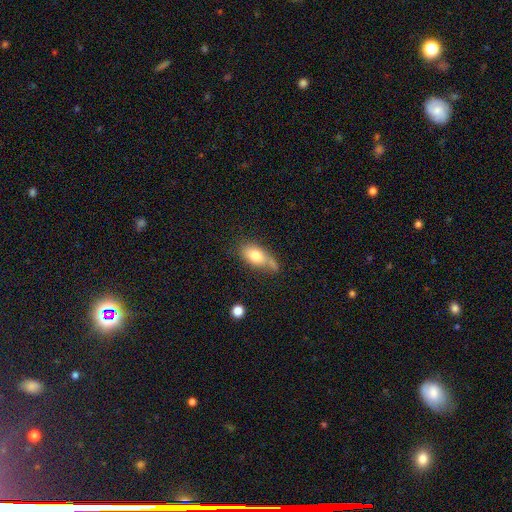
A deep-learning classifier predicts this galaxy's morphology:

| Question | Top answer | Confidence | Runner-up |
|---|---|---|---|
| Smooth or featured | smooth | 75% | featured or disk (18%) |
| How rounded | in between | 87% | cigar-shaped (7%) |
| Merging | none | 46% | minor disturbance (26%) |